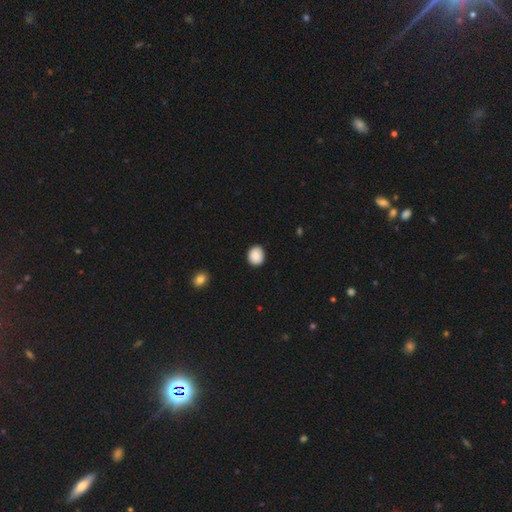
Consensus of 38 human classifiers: Morphology: type=smooth (89%); roundness=round (68%); merging=none (91%).